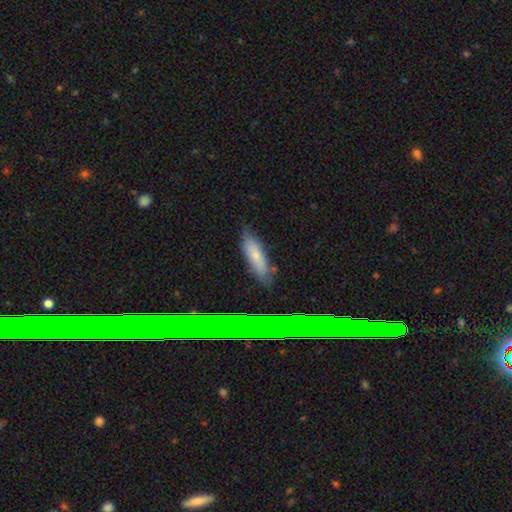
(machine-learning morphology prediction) A smooth galaxy with no disk features (70%) that is cigar-shaped (56%).

Vote fractions:
- Smooth or featured? smooth: 70% / featured or disk: 21% / star or artifact: 9%
- How rounded? cigar-shaped: 56% / in between: 42% / round: 2%
- Merging? none: 79% / minor disturbance: 15% / major disturbance: 3% / merger: 2%